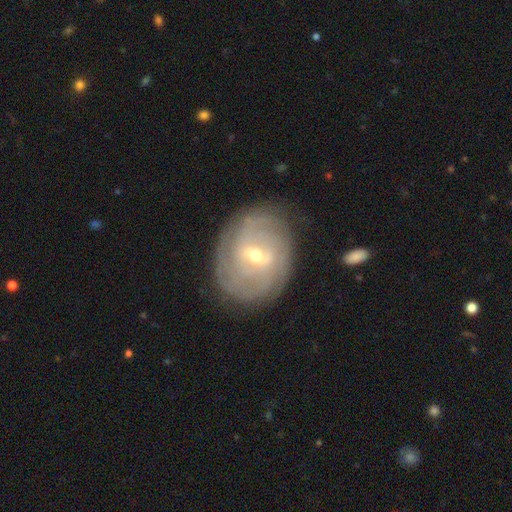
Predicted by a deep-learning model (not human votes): smooth-or-featured: featured or disk: 79% | smooth: 14% | star or artifact: 6%
  disk-edge-on: no: 96% | yes: 4%
    bar: weak: 56% | no: 23% | strong: 21%
    has-spiral-arms: yes: 87% | no: 13%
      spiral-winding: tight: 67% | medium: 25% | loose: 9%
      spiral-arm-count: can't tell: 42% | 2: 26% | 3: 13% | 4: 9% | more than 4: 5% | 1: 5%
    bulge-size: small: 53% | moderate: 44% | large: 1% | none: 1% | dominant: 1%
  merging: none: 80% | minor disturbance: 14% | major disturbance: 5% | merger: 1%